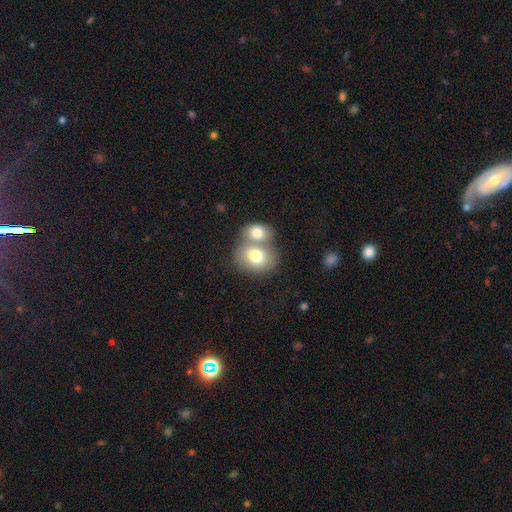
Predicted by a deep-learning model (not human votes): This appears to be a smooth galaxy with no disk features (75%) that is round (52%). Merging: merger (56%).